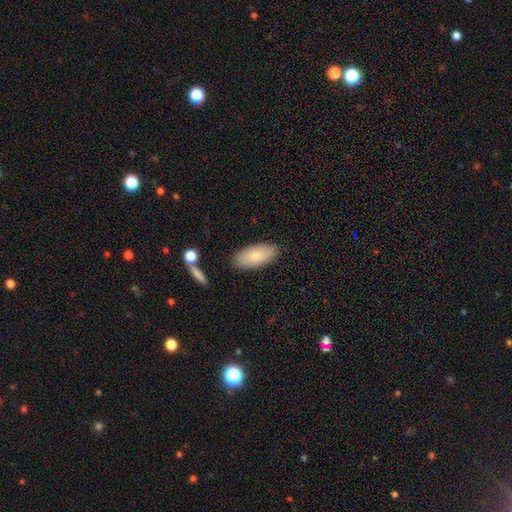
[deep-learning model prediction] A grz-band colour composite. It shows a smooth galaxy with no disk features (79%) that is in between round and cigar-shaped (89%). Merging: none (86%).